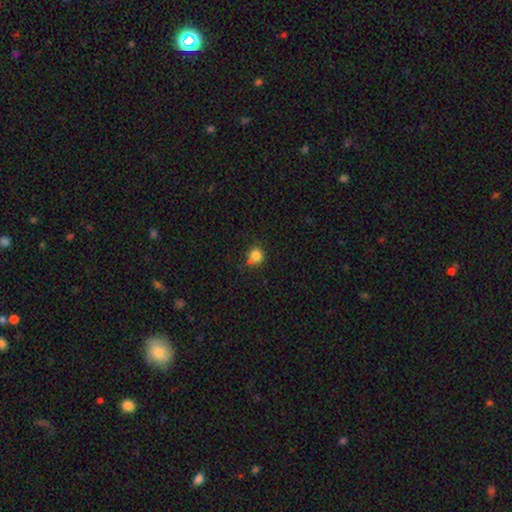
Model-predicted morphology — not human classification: smooth 82%, star or artifact 12%, featured or disk 6%. Down the decision tree: how rounded — round (90%); merging — none (68%).